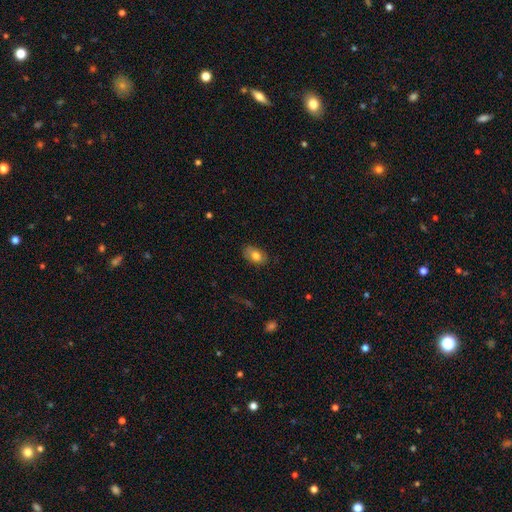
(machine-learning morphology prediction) This is likely a smooth galaxy (78%). How rounded: clearly in between (89%). Merging: likely none (78%).